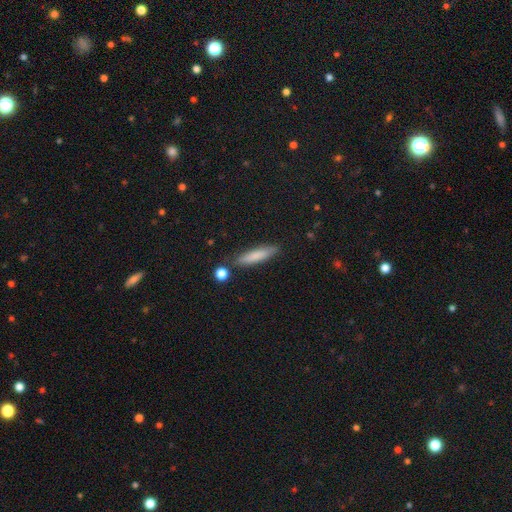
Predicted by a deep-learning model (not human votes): smooth-or-featured: smooth: 78% | featured or disk: 15% | star or artifact: 7%
  how-rounded: cigar-shaped: 82% | in between: 16% | round: 2%
  merging: none: 82% | minor disturbance: 12% | merger: 4% | major disturbance: 3%